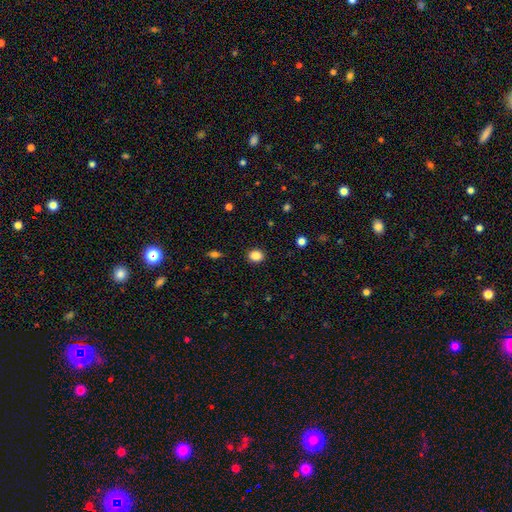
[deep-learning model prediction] This appears to be a smooth galaxy with no disk features (86%) that is round (64%). Merging: none (90%).